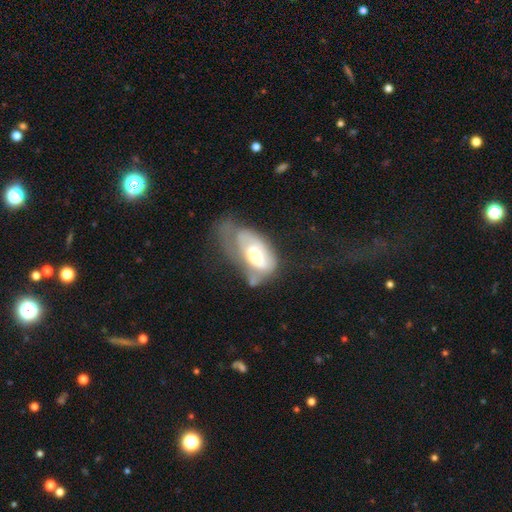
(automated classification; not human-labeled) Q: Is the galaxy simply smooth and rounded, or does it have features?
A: featured or disk — 47%.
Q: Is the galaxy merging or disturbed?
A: major disturbance — 51%.